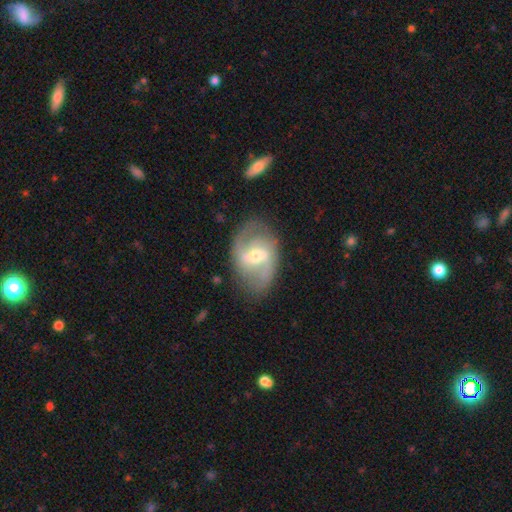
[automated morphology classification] featured or disk 79%, smooth 14%, star or artifact 6%. Down the decision tree: edge-on disk — no (96%); bar — weak (50%); spiral arms — yes (88%); spiral arm count — 2 (87%); spiral winding — loose (43%, tied with medium); bulge size — moderate (55%); merging — none (79%).